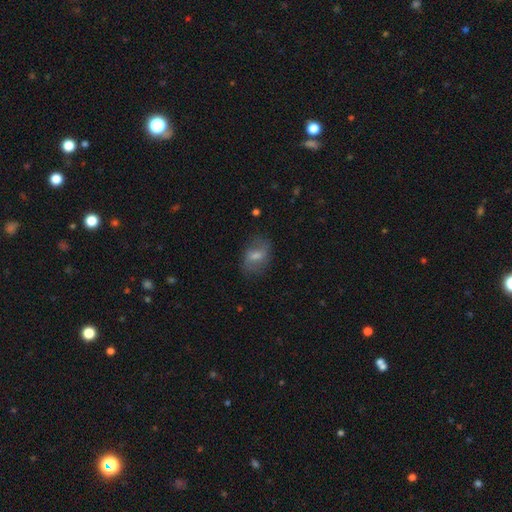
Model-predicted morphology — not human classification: The model was most divided on "smooth or featured": smooth: 51%, featured or disk: 40%, star or artifact: 9%. More confident: how rounded — in between (75%); merging — none (69%).